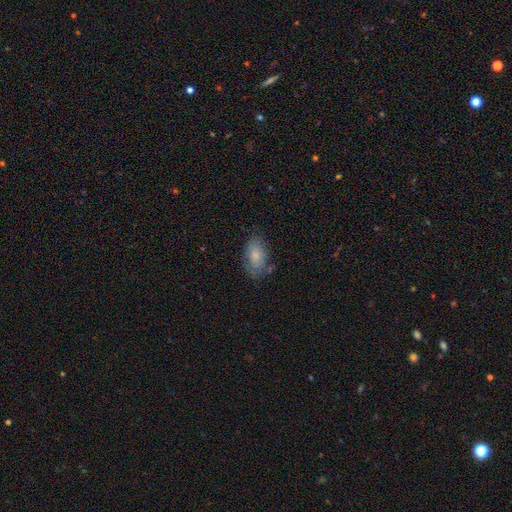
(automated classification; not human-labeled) Smooth or featured: smooth — 78% (featured or disk — 15%)
How rounded: in between — 91% (round — 6%)
Merging: none — 73% (minor disturbance — 19%)